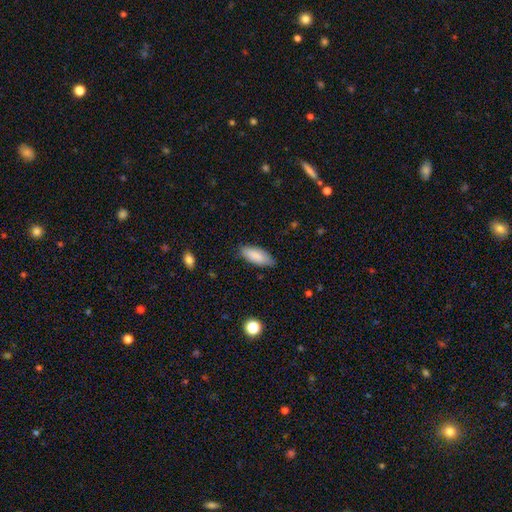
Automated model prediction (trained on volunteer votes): Morphology: type=smooth (86%); roundness=in between (78%); merging=none (79%).